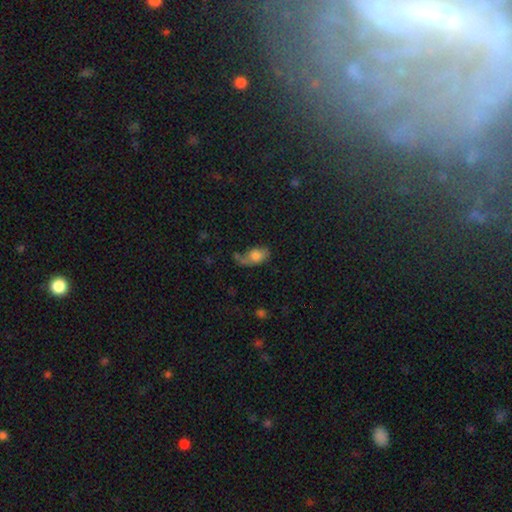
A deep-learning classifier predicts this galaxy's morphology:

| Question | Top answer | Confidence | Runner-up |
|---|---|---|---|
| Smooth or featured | smooth | 73% | featured or disk (18%) |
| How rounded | in between | 86% | round (11%) |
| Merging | none | 36% | minor disturbance (30%) |